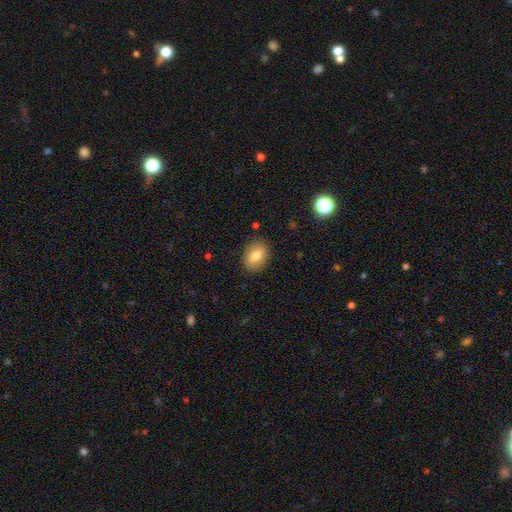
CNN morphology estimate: This appears to be a smooth galaxy with no disk features (77%) that is in between round and cigar-shaped (69%). Merging: none (87%).